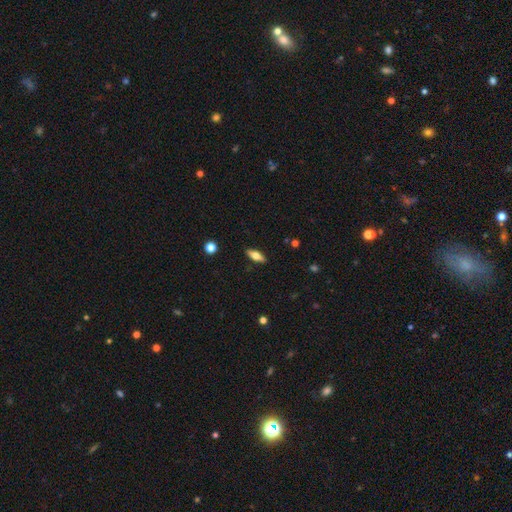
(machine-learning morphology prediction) Q: Smooth or featured?
A: smooth (58%); runner-up: featured or disk (34%)
Q: How rounded?
A: in between (67%); runner-up: cigar-shaped (30%)
Q: Merging?
A: none (89%); runner-up: minor disturbance (8%)